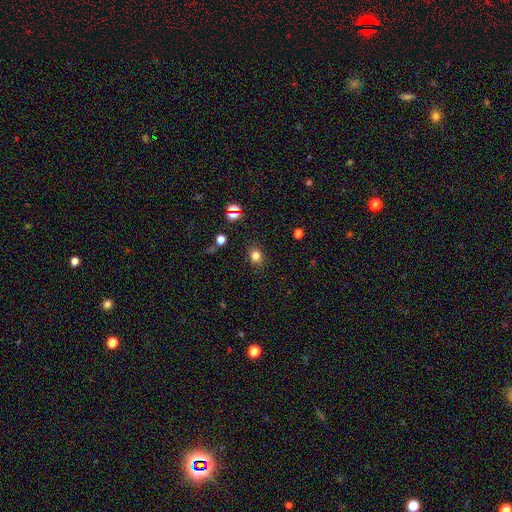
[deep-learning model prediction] Smooth or featured? Predicted: smooth (p=0.79). How rounded? Predicted: round (p=0.57). Merging? Predicted: none (p=0.86).